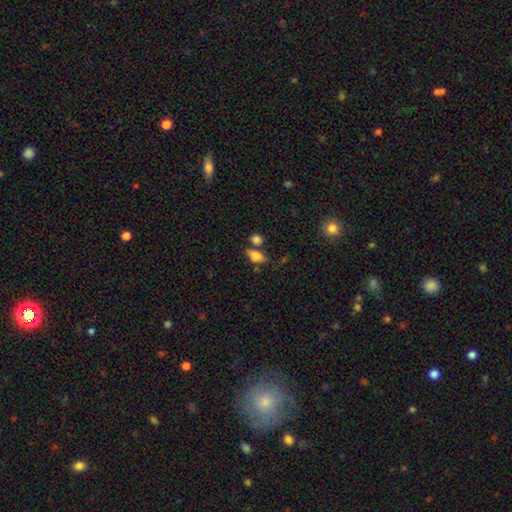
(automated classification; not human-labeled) smooth-or-featured: smooth: 78% | featured or disk: 11% | star or artifact: 10%
  how-rounded: in between: 83% | round: 9% | cigar-shaped: 8%
  merging: none: 54% | merger: 21% | minor disturbance: 18% | major disturbance: 7%